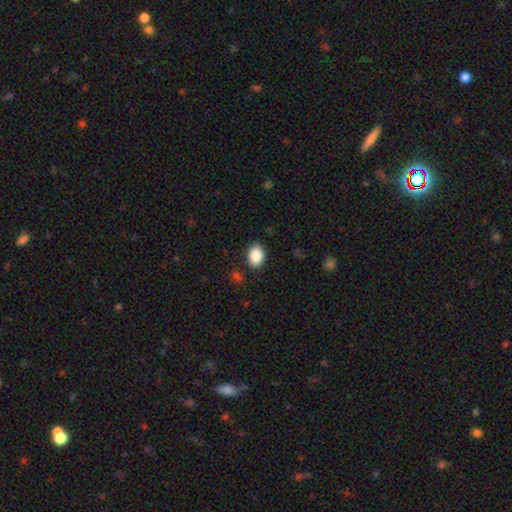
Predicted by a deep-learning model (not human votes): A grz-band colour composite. It shows a smooth galaxy with no disk features (87%) that is in between round and cigar-shaped (76%). Merging: none (87%).